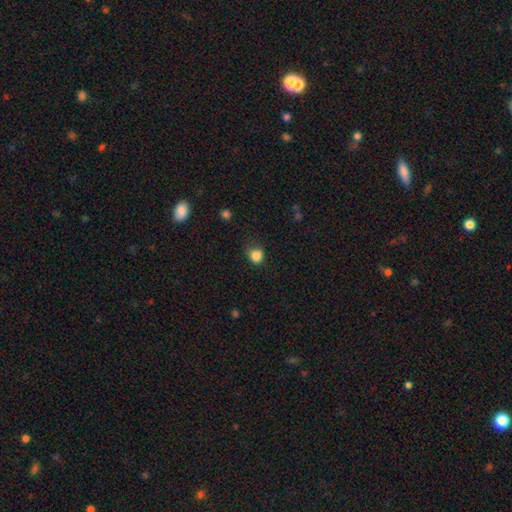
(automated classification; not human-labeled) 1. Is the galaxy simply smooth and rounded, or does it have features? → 85% smooth, 11% star or artifact, 4% featured or disk.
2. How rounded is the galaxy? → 75% round, 24% in between, 1% cigar-shaped.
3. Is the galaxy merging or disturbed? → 66% none, 25% minor disturbance, 7% major disturbance, 2% merger.